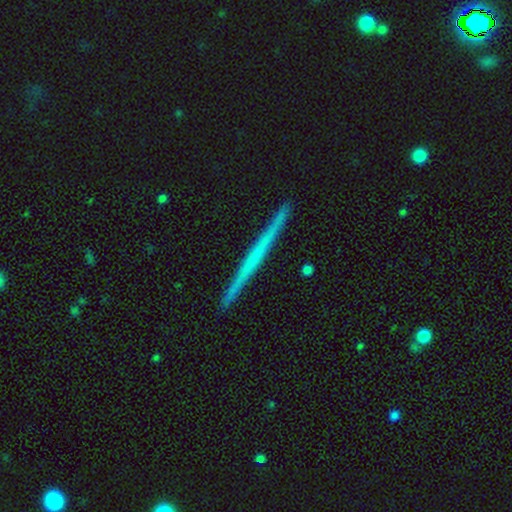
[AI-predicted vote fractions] Morphology: type=featured or disk (57%); edge-on=yes (98%); edge-on bulge=none (92%); merging=none (93%).